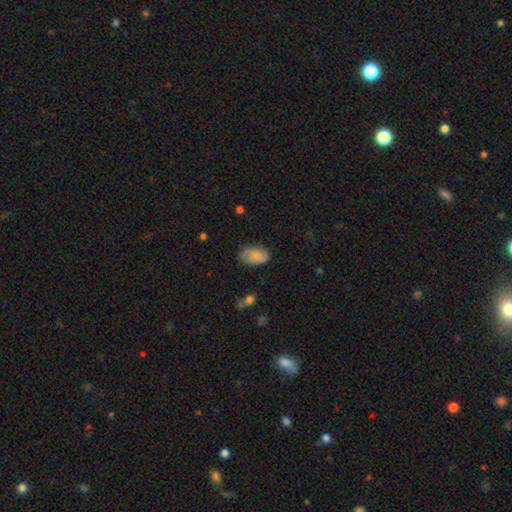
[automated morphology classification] smooth_or_featured: smooth (p=0.63) [alt: featured or disk p=0.29]
how_rounded: in between (p=0.91) [alt: round p=0.07]
merging: none (p=0.76) [alt: minor disturbance p=0.18]